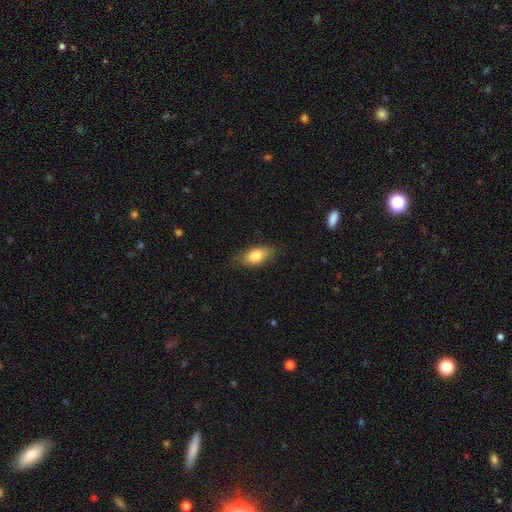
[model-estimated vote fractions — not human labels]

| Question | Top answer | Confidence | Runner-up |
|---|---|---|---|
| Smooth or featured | smooth | 77% | featured or disk (16%) |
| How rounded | in between | 85% | cigar-shaped (11%) |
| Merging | none | 76% | minor disturbance (19%) |